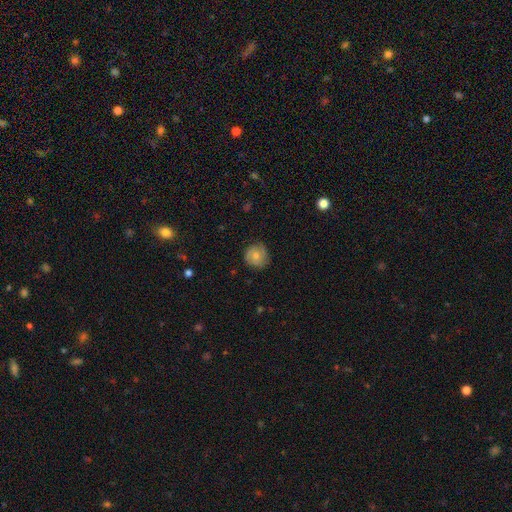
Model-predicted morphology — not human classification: smooth 61%, featured or disk 31%, star or artifact 8%. Down the decision tree: how rounded — round (91%); merging — none (80%).